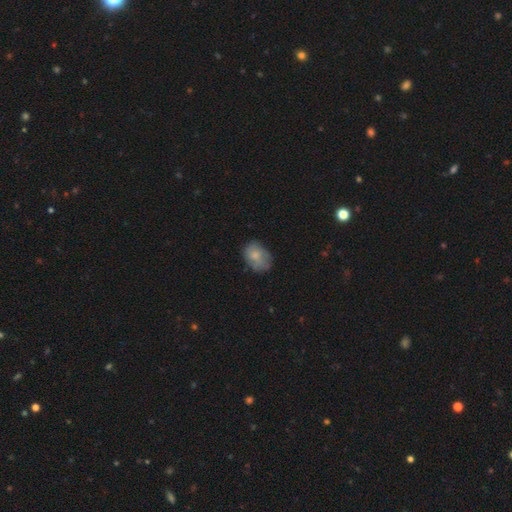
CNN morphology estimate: Smooth or featured?
  - smooth: 74% *
  - featured or disk: 18%
  - star or artifact: 7%
How rounded?
  - in between: 71% *
  - round: 28%
  - cigar-shaped: 1%
Merging?
  - none: 63% *
  - minor disturbance: 28%
  - major disturbance: 8%
  - merger: 2%